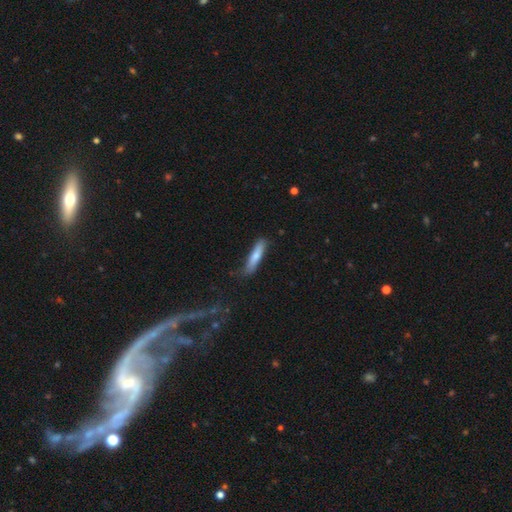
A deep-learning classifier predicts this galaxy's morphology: Smooth or featured?
  - smooth: 74% *
  - featured or disk: 20%
  - star or artifact: 6%
How rounded?
  - cigar-shaped: 82% *
  - in between: 17%
  - round: 1%
Merging?
  - none: 73% *
  - minor disturbance: 21%
  - major disturbance: 4%
  - merger: 2%